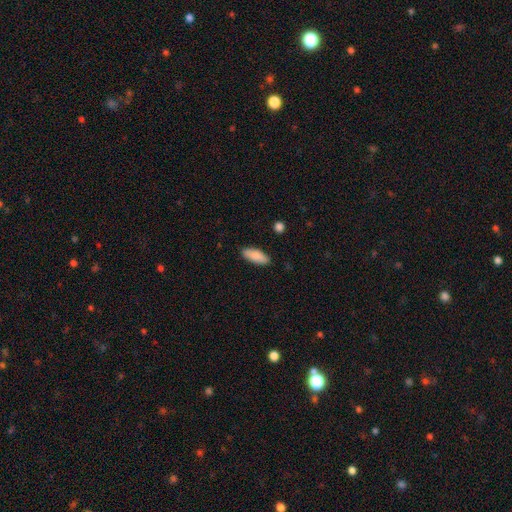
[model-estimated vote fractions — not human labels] Smooth or featured?
  - smooth: 87% *
  - featured or disk: 8%
  - star or artifact: 6%
How rounded?
  - in between: 71% *
  - cigar-shaped: 27%
  - round: 2%
Merging?
  - none: 88% *
  - minor disturbance: 9%
  - major disturbance: 2%
  - merger: 1%